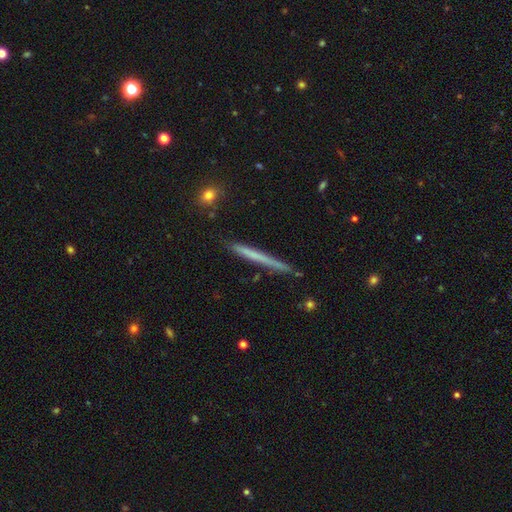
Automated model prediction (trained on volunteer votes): This is possibly a smooth galaxy (52%). How rounded: clearly cigar-shaped (97%). Merging: clearly none (85%).